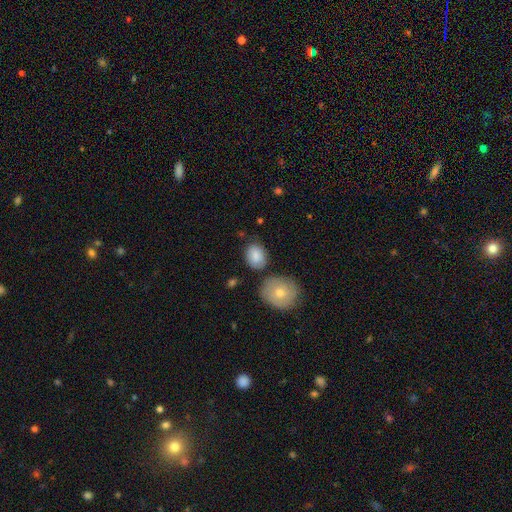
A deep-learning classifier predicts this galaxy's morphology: Smooth or featured: smooth — 84% (featured or disk — 9%)
How rounded: in between — 62% (round — 36%)
Merging: none — 70% (minor disturbance — 17%)